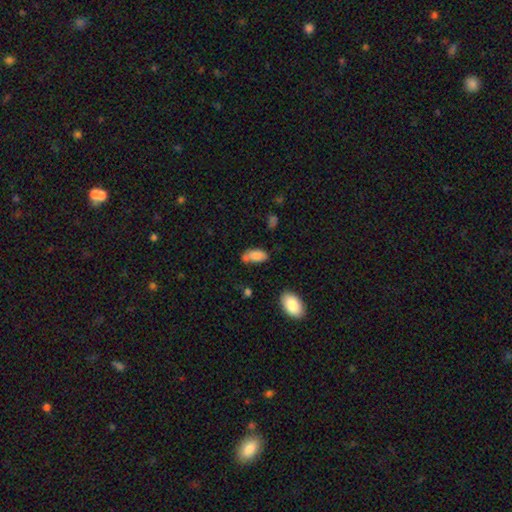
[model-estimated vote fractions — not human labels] This appears to be a smooth galaxy with no disk features (82%) that is in between round and cigar-shaped (92%). Merging: none (50%).